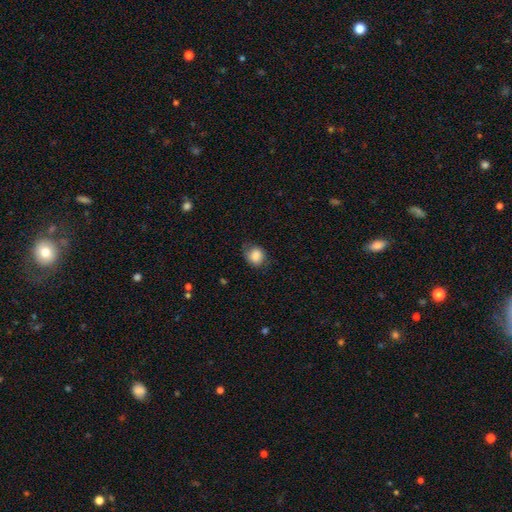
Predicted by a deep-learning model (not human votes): A smooth galaxy with no disk features (83%) that is round (66%).

Vote fractions:
- Smooth or featured? smooth: 83% / featured or disk: 9% / star or artifact: 8%
- How rounded? round: 66% / in between: 33% / cigar-shaped: 1%
- Merging? none: 61% / minor disturbance: 28% / major disturbance: 9% / merger: 1%